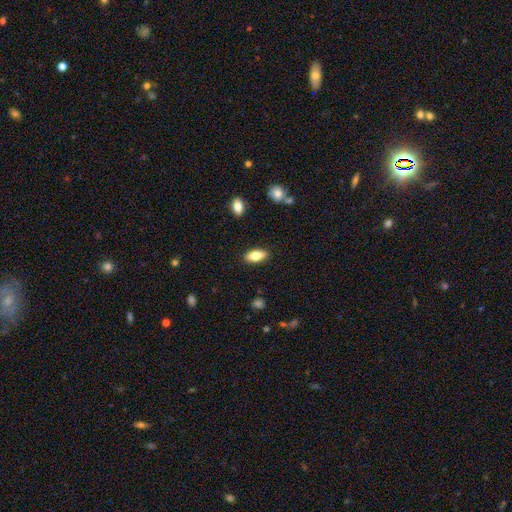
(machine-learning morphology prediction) Smooth or featured? smooth (75%)
How rounded? in between (85%)
Merging? none (88%)